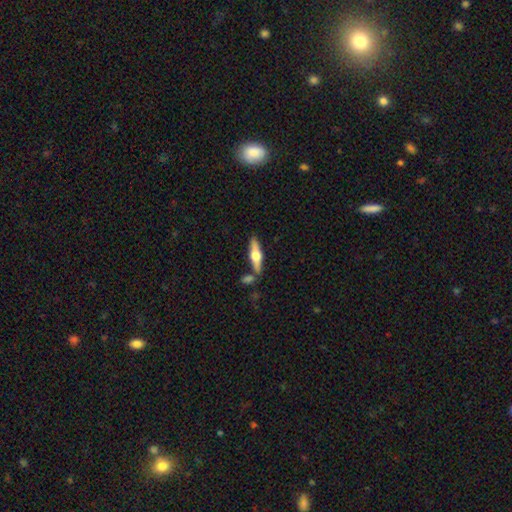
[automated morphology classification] Smooth or featured? featured or disk (59%)
Edge-on disk? yes (94%)
Edge-on bulge? rounded (95%)
Merging? none (77%)